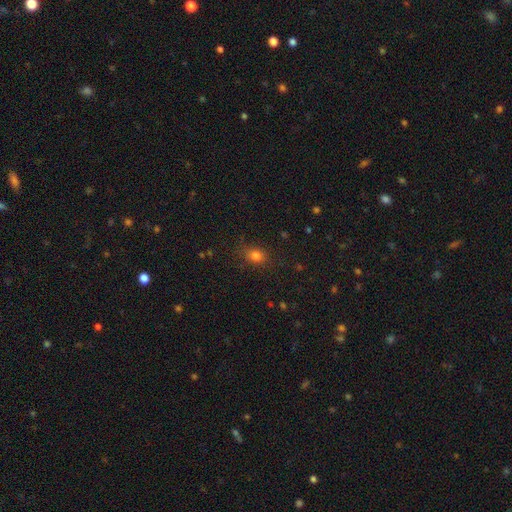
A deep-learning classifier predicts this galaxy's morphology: Smooth or featured?
  - smooth: 79% *
  - star or artifact: 14%
  - featured or disk: 7%
How rounded?
  - round: 50% *
  - in between: 48%
  - cigar-shaped: 2%
Merging?
  - none: 81% *
  - minor disturbance: 14%
  - major disturbance: 4%
  - merger: 1%